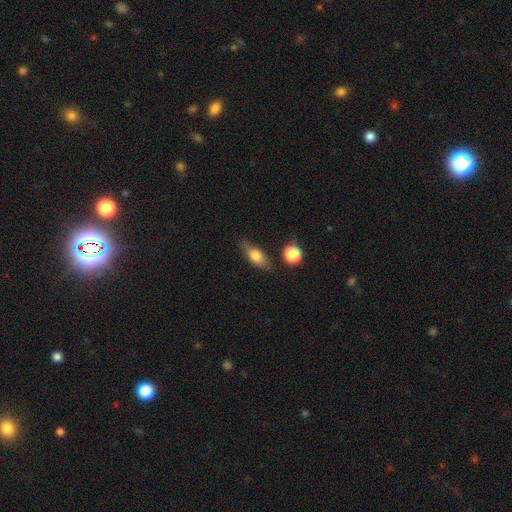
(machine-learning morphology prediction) The model was most divided on "smooth or featured": smooth: 69%, featured or disk: 23%, star or artifact: 8%. More confident: merging — none (74%); how rounded — in between (72%).